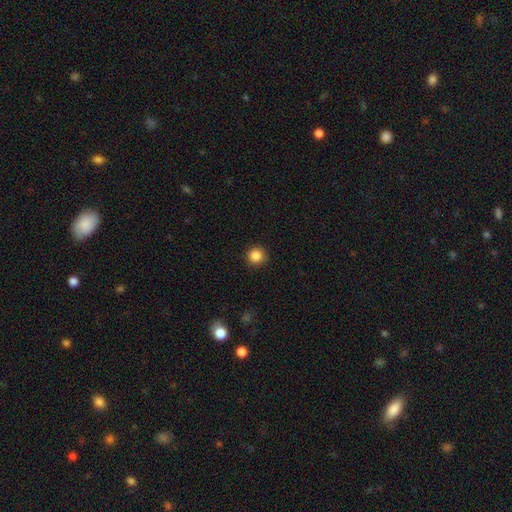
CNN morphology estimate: Smooth or featured? smooth (86%)
How rounded? round (95%)
Merging? none (91%)